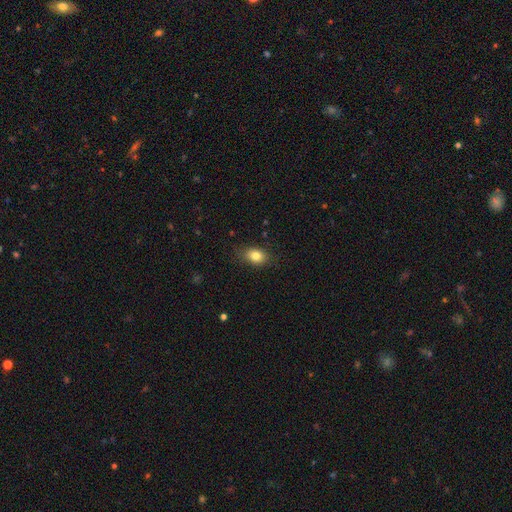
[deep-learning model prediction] Q: Smooth or featured?
A: smooth (82%); runner-up: star or artifact (9%)
Q: How rounded?
A: in between (76%); runner-up: round (22%)
Q: Merging?
A: none (81%); runner-up: minor disturbance (14%)